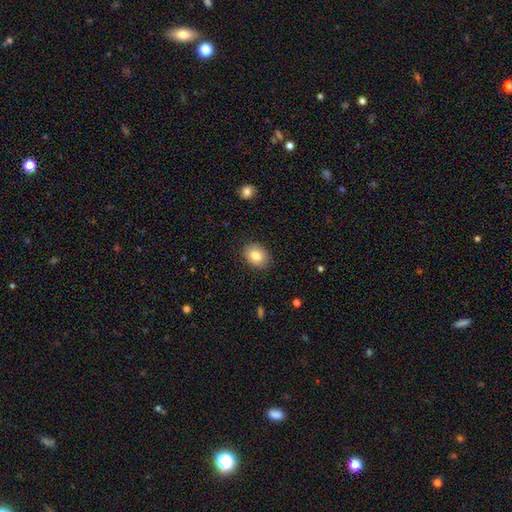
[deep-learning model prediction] Smooth or featured? smooth (84%)
How rounded? in between (67%)
Merging? none (86%)